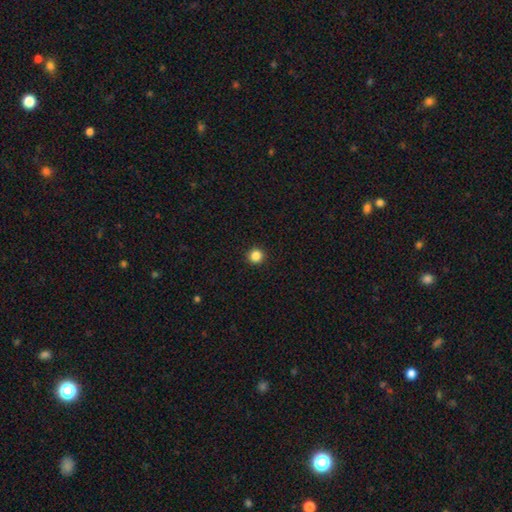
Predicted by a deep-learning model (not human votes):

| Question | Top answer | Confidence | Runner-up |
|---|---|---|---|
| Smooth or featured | smooth | 86% | star or artifact (11%) |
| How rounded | round | 95% | in between (4%) |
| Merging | none | 93% | minor disturbance (4%) |